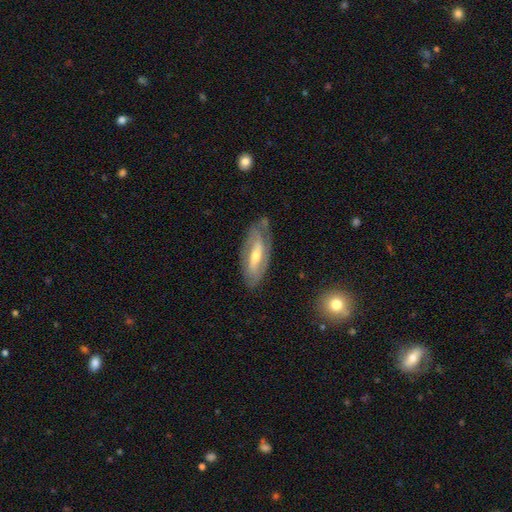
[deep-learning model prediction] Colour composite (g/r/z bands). It shows a featured or disk galaxy (71%) with a weak bar (38%), spiral arms (76%) and a moderate central bulge (56%). Merging: none (73%).